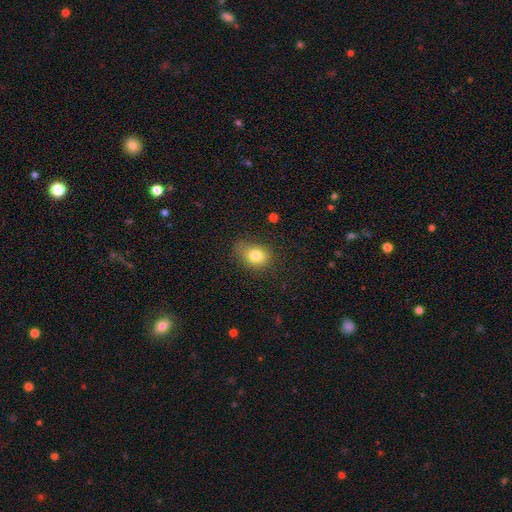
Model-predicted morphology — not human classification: A smooth galaxy with no disk features (80%) that is in between round and cigar-shaped (57%). Merging: none (64%).